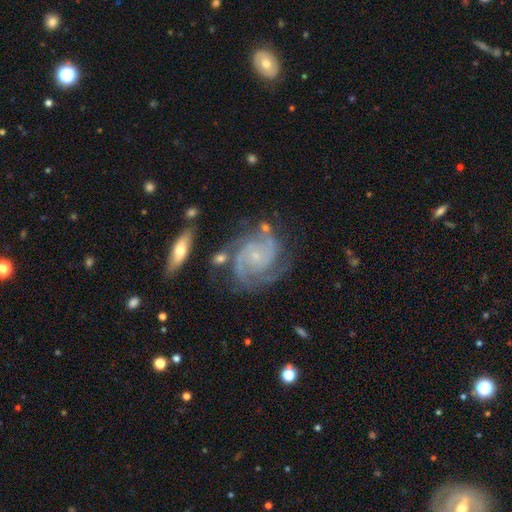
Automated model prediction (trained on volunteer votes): Smooth or featured? featured or disk (89%)
Edge-on disk? no (97%)
Bar? no (70%)
Spiral arms? yes (98%)
Spiral winding? tight (63%)
Spiral arm count? 2 (54%)
Bulge size? small (81%)
Merging? none (69%)